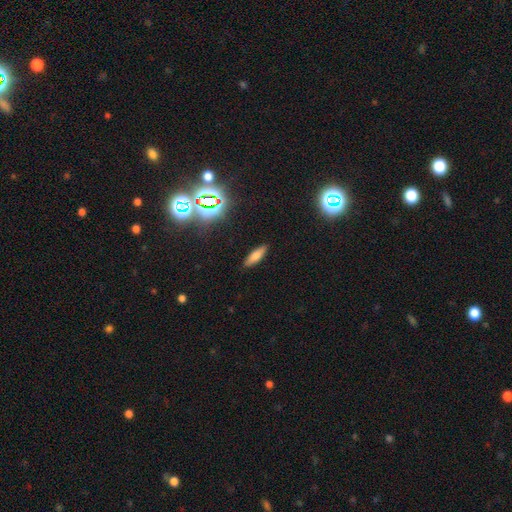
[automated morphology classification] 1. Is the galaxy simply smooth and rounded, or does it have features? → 71% smooth, 15% featured or disk, 14% star or artifact.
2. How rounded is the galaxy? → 52% in between, 45% cigar-shaped, 3% round.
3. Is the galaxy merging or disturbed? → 88% none, 8% minor disturbance, 2% major disturbance, 1% merger.